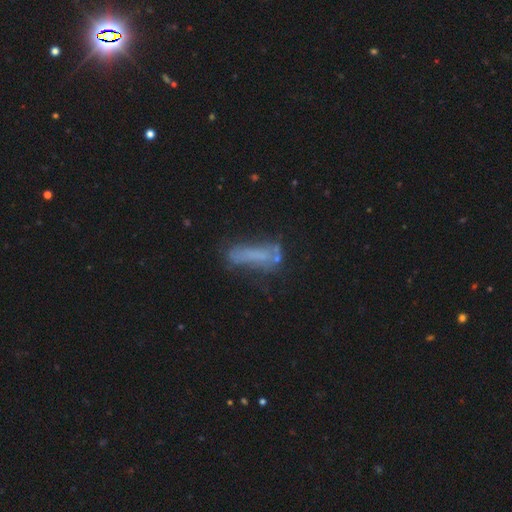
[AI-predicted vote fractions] smooth 48%, featured or disk 37%, star or artifact 15%. Down the decision tree: merging — none (47%).